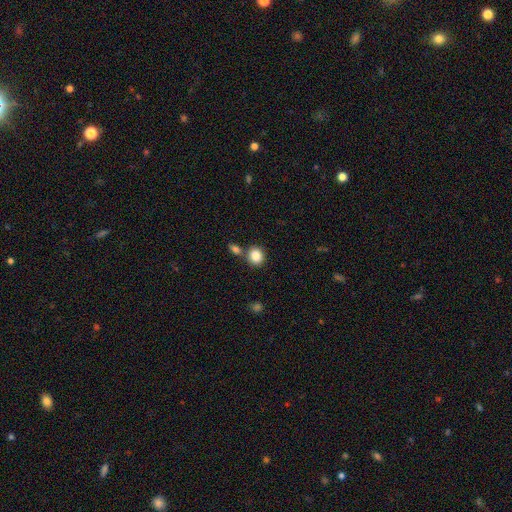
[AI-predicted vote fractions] Smooth or featured: smooth — 86% (star or artifact — 9%)
How rounded: round — 74% (in between — 25%)
Merging: none — 64% (merger — 22%)